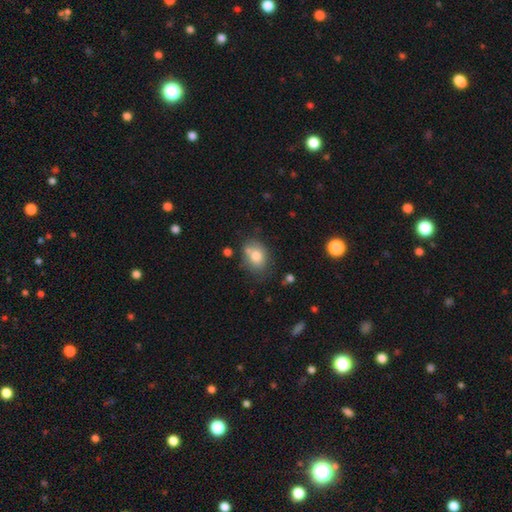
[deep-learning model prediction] Smooth or featured?
  - smooth: 76% *
  - featured or disk: 15%
  - star or artifact: 9%
How rounded?
  - in between: 64% *
  - round: 35%
  - cigar-shaped: 1%
Merging?
  - none: 55% *
  - minor disturbance: 23%
  - merger: 14%
  - major disturbance: 7%